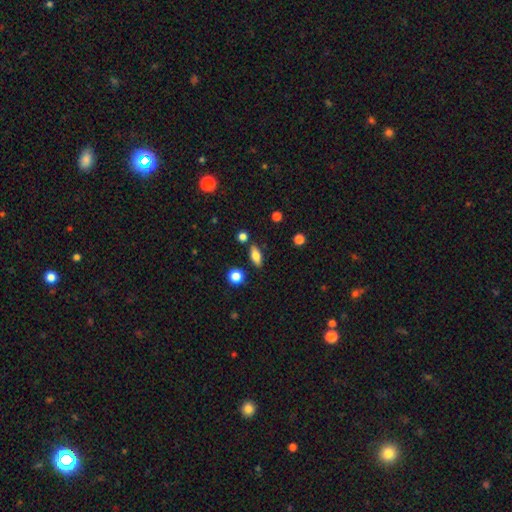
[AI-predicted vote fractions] Smooth or featured? smooth (75%)
How rounded? in between (75%)
Merging? none (83%)